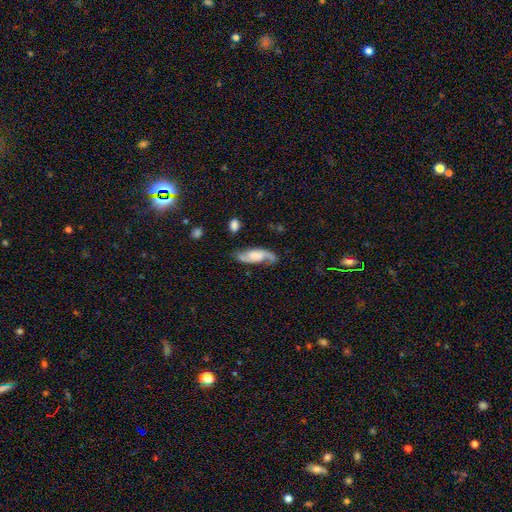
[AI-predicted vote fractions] smooth-or-featured: featured or disk: 74% | smooth: 20% | star or artifact: 6%
  disk-edge-on: no: 90% | yes: 10%
    bar: no: 49% | weak: 37% | strong: 15%
    has-spiral-arms: yes: 95% | no: 5%
      spiral-winding: medium: 43% | loose: 42% | tight: 15%
      spiral-arm-count: 2: 88% | 1: 5% | can't tell: 4% | 3: 1% | 4: 1% | more than 4: 1%
    bulge-size: moderate: 27% | none: 26% | small: 23% | large: 21% | dominant: 4%
  merging: none: 70% | minor disturbance: 19% | major disturbance: 8% | merger: 3%